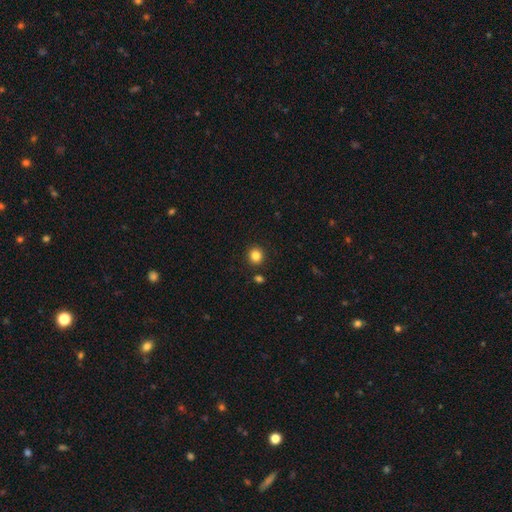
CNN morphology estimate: Smooth or featured? Predicted: smooth (p=0.84). How rounded? Predicted: round (p=0.91). Merging? Predicted: none (p=0.90).